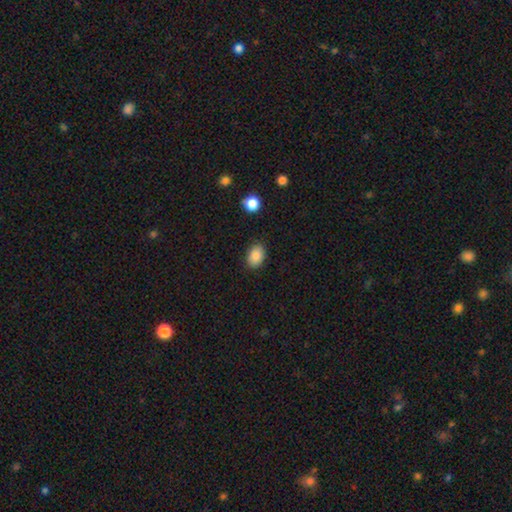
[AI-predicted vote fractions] Q: Smooth or featured?
A: smooth (86%); runner-up: star or artifact (8%)
Q: How rounded?
A: in between (81%); runner-up: round (18%)
Q: Merging?
A: none (86%); runner-up: minor disturbance (10%)